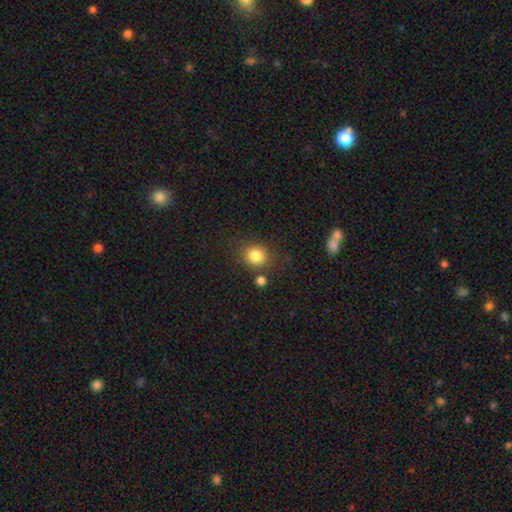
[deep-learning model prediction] Smooth or featured? smooth (83%)
How rounded? round (75%)
Merging? none (77%)